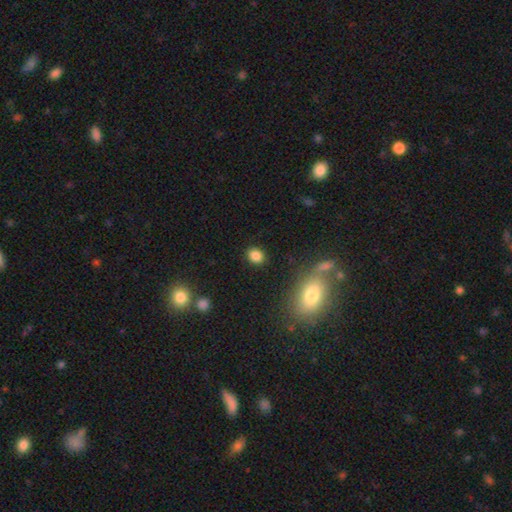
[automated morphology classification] A smooth galaxy with no disk features (84%) that is round (58%). Merging: none (87%).